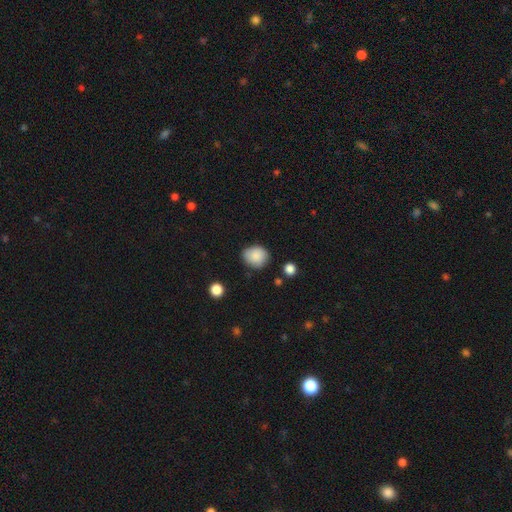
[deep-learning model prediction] Smooth or featured: smooth — 87% (star or artifact — 8%)
How rounded: round — 68% (in between — 31%)
Merging: none — 75% (minor disturbance — 19%)